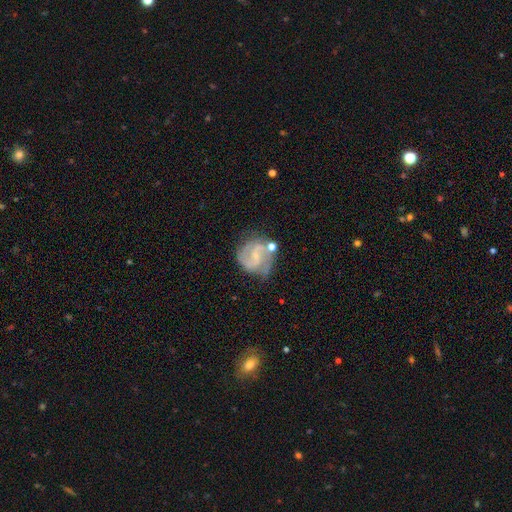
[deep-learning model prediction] smooth-or-featured: featured or disk: 83% | smooth: 10% | star or artifact: 6%
  disk-edge-on: no: 98% | yes: 2%
    bar: weak: 47% | no: 40% | strong: 13%
    has-spiral-arms: yes: 96% | no: 4%
      spiral-winding: medium: 51% | tight: 33% | loose: 15%
      spiral-arm-count: 2: 74% | 3: 12% | can't tell: 8% | 1: 2% | 4: 2% | more than 4: 2%
    bulge-size: small: 67% | none: 17% | moderate: 15% | large: 1% | dominant: 1%
  merging: none: 61% | minor disturbance: 20% | merger: 9% | major disturbance: 9%